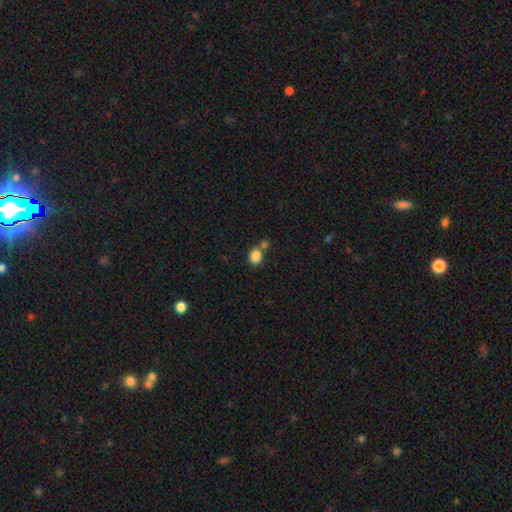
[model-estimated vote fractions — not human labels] smooth-or-featured: smooth: 85% | star or artifact: 10% | featured or disk: 5%
  how-rounded: round: 55% | in between: 44% | cigar-shaped: 1%
  merging: none: 51% | merger: 34% | minor disturbance: 11% | major disturbance: 4%